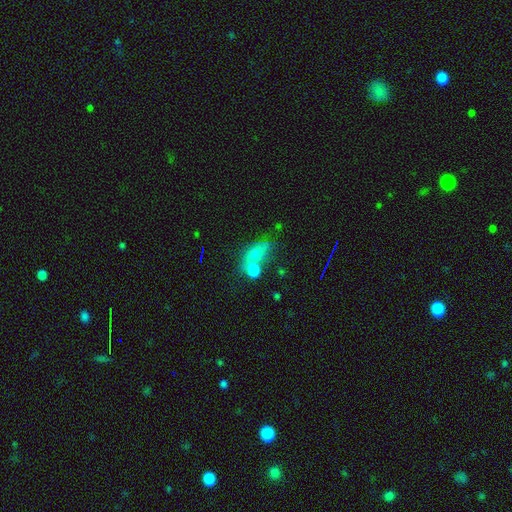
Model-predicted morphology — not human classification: A smooth galaxy with no disk features (69%) that is in between round and cigar-shaped (68%).

Vote fractions:
- Smooth or featured? smooth: 69% / featured or disk: 18% / star or artifact: 14%
- How rounded? in between: 68% / round: 24% / cigar-shaped: 8%
- Merging? none: 38% / merger: 37% / minor disturbance: 15% / major disturbance: 9%